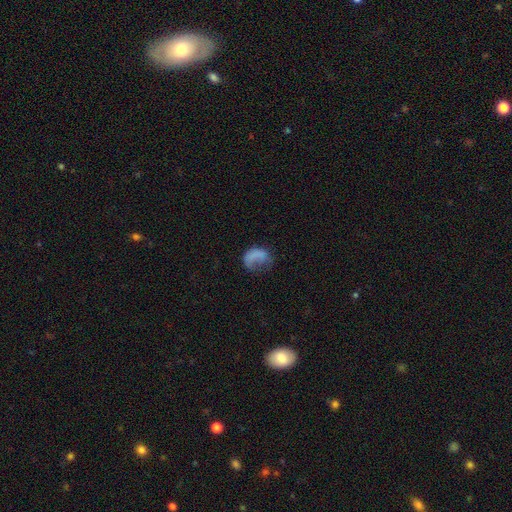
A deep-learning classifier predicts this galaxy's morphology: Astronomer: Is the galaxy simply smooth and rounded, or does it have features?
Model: smooth — 61%.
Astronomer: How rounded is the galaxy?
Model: in between — 59% (runner-up: round, 39%).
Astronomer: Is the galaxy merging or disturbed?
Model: major disturbance — 47% (runner-up: none, 28%).